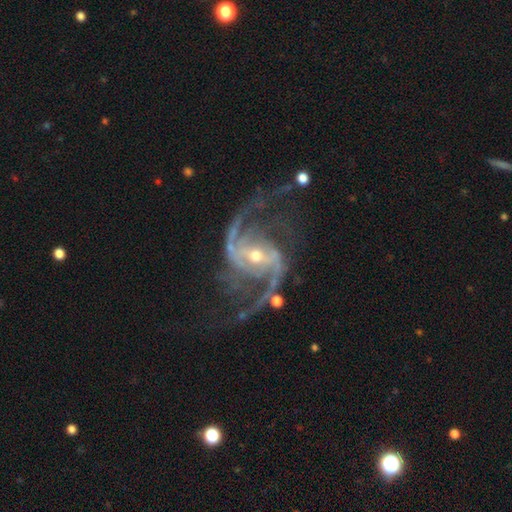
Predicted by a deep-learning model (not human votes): Overall: featured or disk (92%). Edge-on disk: no (98%). Bar: strong (41%; weak 37%). Spiral arms: yes (98%). Spiral arm count: 2 (90%). Spiral winding: medium (45%; loose 44%). Bulge size: small (58%; moderate 38%). Merging: none (65%).